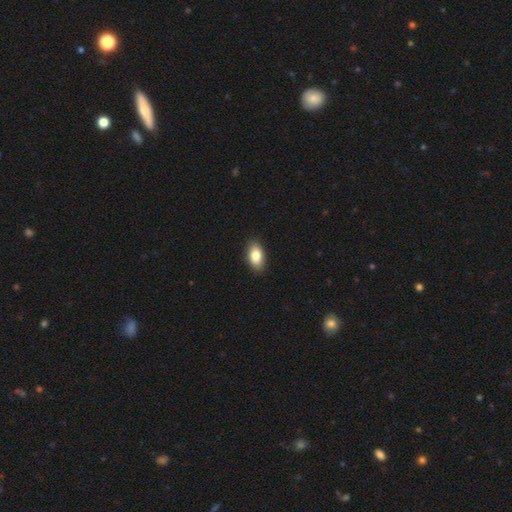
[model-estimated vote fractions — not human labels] Smooth or featured?
  - smooth: 83% *
  - featured or disk: 10%
  - star or artifact: 7%
How rounded?
  - in between: 93% *
  - round: 5%
  - cigar-shaped: 2%
Merging?
  - none: 90% *
  - minor disturbance: 7%
  - major disturbance: 2%
  - merger: 1%